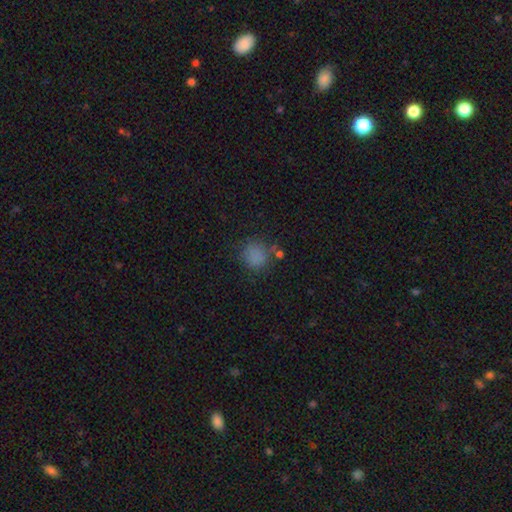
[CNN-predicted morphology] Q: Smooth or featured?
A: smooth (78%); runner-up: star or artifact (15%)
Q: How rounded?
A: round (82%); runner-up: in between (17%)
Q: Merging?
A: none (70%); runner-up: minor disturbance (17%)